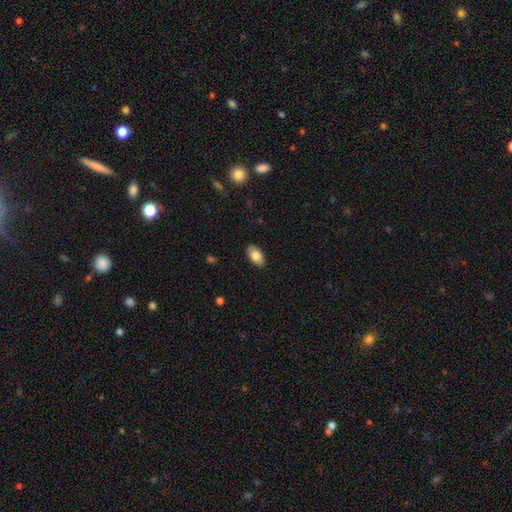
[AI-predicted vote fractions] The model was most divided on "smooth or featured": smooth: 77%, featured or disk: 17%, star or artifact: 7%. More confident: how rounded — in between (94%); merging — none (87%).